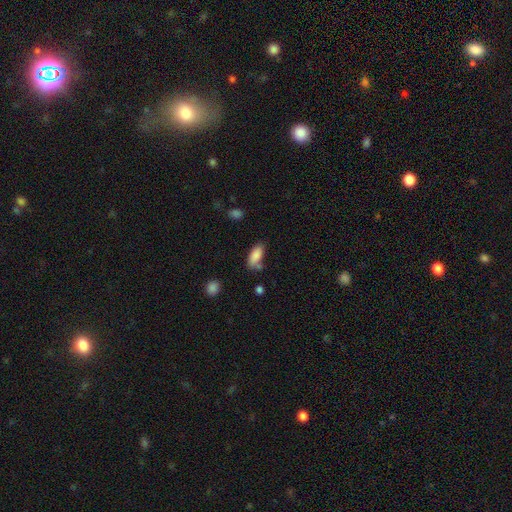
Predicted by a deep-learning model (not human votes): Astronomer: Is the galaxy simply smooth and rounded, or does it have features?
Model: smooth — 85%.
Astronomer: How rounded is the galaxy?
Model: in between — 87%.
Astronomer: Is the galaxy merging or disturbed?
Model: none — 60%.